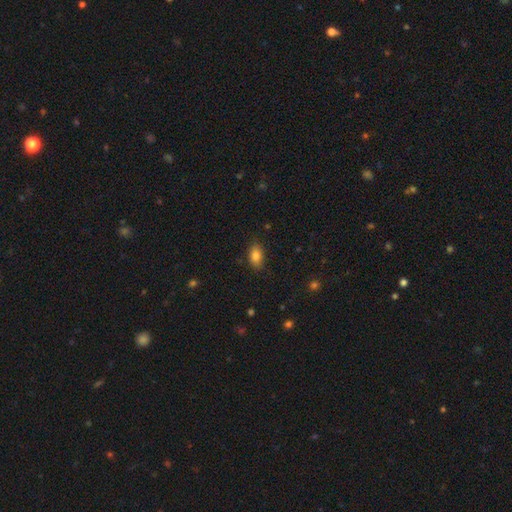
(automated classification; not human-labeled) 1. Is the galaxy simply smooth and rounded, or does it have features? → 83% smooth, 9% star or artifact, 7% featured or disk.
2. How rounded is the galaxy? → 88% in between, 9% round, 3% cigar-shaped.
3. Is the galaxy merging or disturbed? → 84% none, 13% minor disturbance, 3% major disturbance, 1% merger.